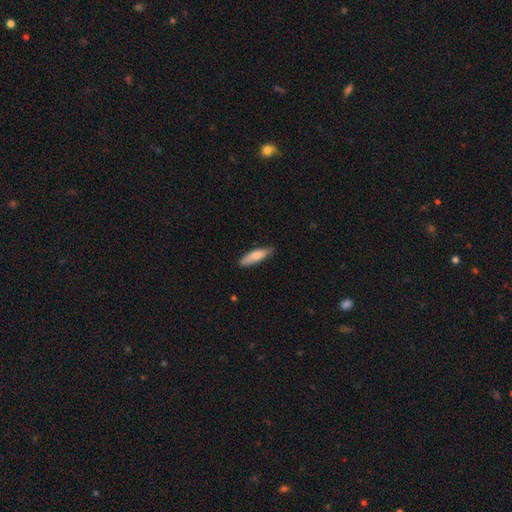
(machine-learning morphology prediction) Smooth or featured: smooth — 78% (featured or disk — 17%)
How rounded: cigar-shaped — 66% (in between — 32%)
Merging: none — 83% (minor disturbance — 14%)